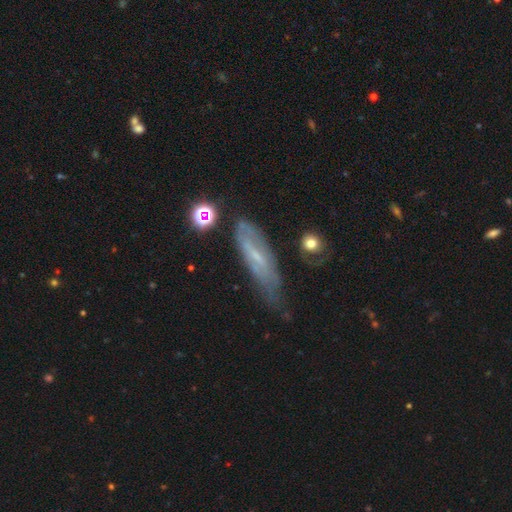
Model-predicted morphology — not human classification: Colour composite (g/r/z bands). It shows a featured or disk galaxy (57%). Merging: none (52%).